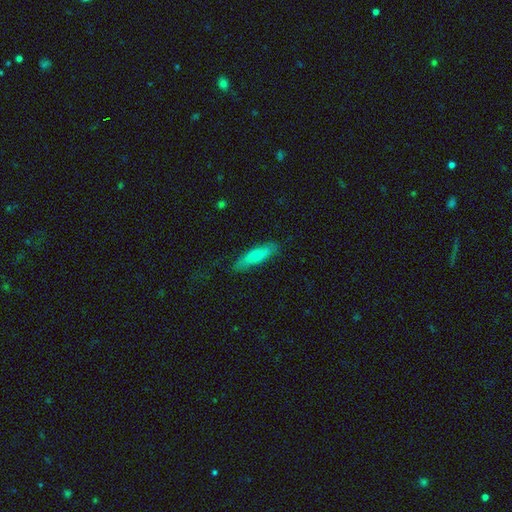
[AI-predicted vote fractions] Overall: smooth (74%). How rounded: cigar-shaped (65%; in between 33%). Merging: none (79%).